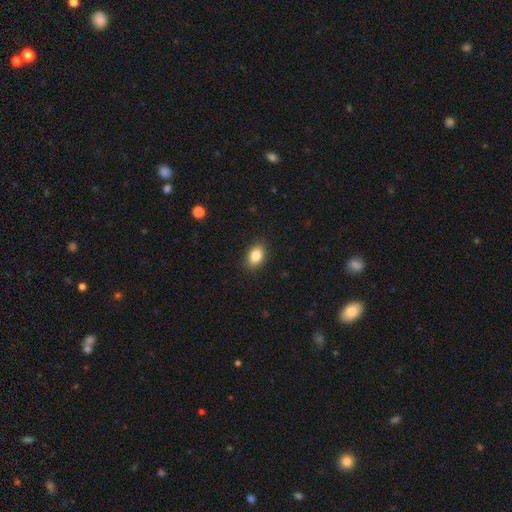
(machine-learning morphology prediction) Smooth or featured?
  - smooth: 84% *
  - star or artifact: 9%
  - featured or disk: 7%
How rounded?
  - in between: 80% *
  - round: 19%
  - cigar-shaped: 1%
Merging?
  - none: 88% *
  - minor disturbance: 9%
  - major disturbance: 2%
  - merger: 1%